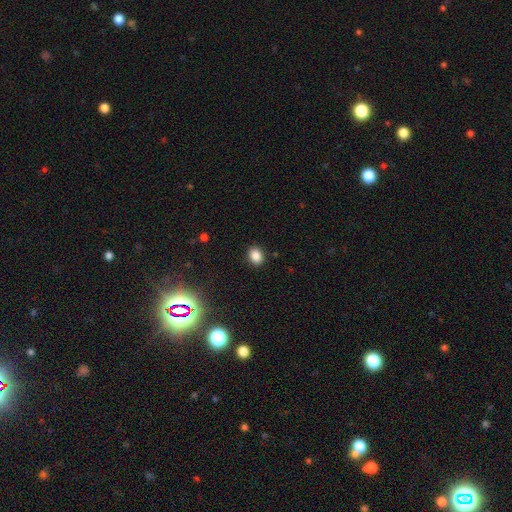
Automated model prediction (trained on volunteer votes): Smooth or featured: smooth — 85% (star or artifact — 11%)
How rounded: in between — 63% (round — 36%)
Merging: none — 89% (minor disturbance — 8%)